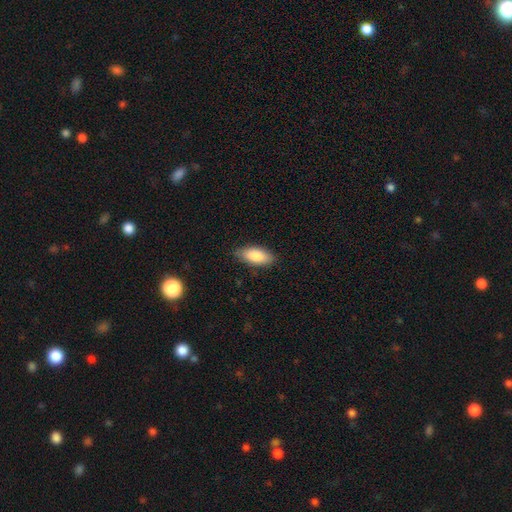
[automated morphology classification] Q: Smooth or featured?
A: smooth (83%); runner-up: featured or disk (11%)
Q: How rounded?
A: in between (87%); runner-up: cigar-shaped (11%)
Q: Merging?
A: none (84%); runner-up: minor disturbance (13%)